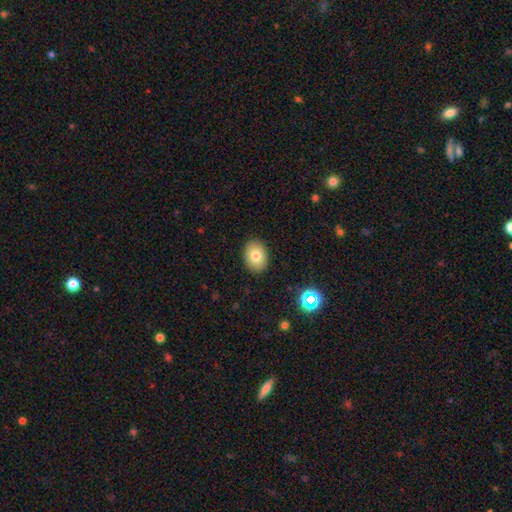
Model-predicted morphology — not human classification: Smooth or featured? smooth (79%)
How rounded? in between (76%)
Merging? none (89%)